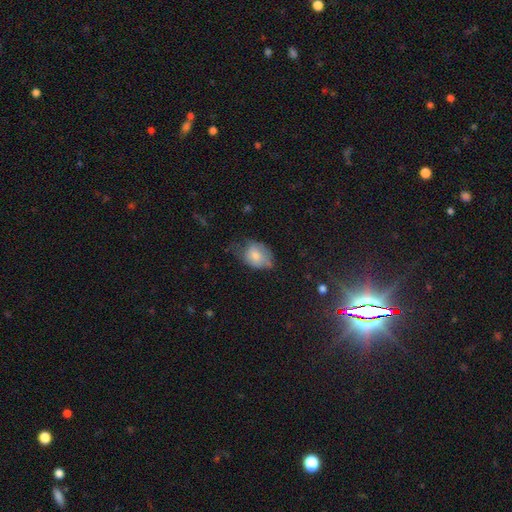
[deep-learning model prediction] smooth_or_featured: smooth (p=0.73) [alt: featured or disk p=0.19]
how_rounded: in between (p=0.72) [alt: round p=0.27]
merging: minor disturbance (p=0.41) [alt: none p=0.35]